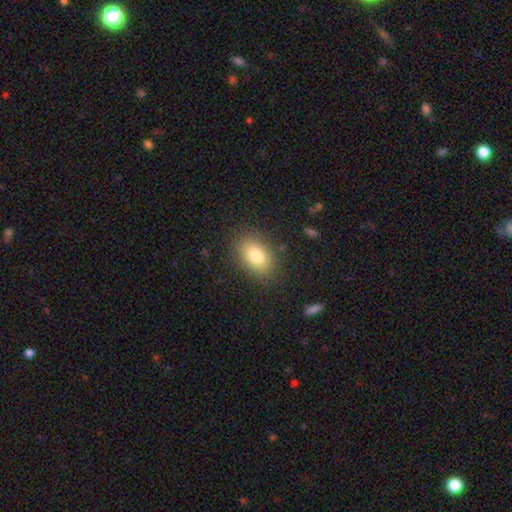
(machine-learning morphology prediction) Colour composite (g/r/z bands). It shows a smooth galaxy with no disk features (80%) that is in between round and cigar-shaped (80%). Merging: none (85%).